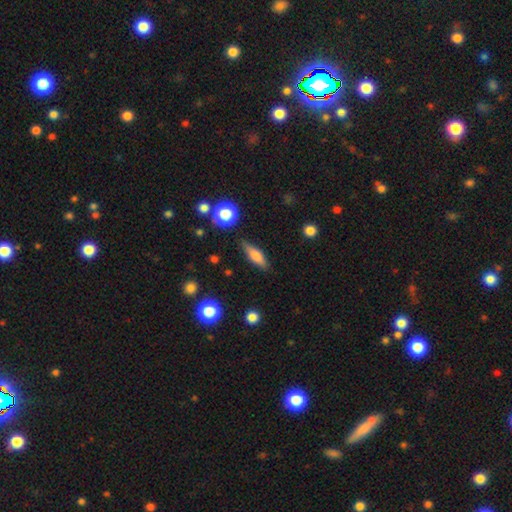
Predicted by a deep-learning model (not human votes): smooth_or_featured: smooth (p=0.62) [alt: featured or disk p=0.30]
how_rounded: cigar-shaped (p=0.50) [alt: in between p=0.46]
merging: none (p=0.83) [alt: minor disturbance p=0.12]